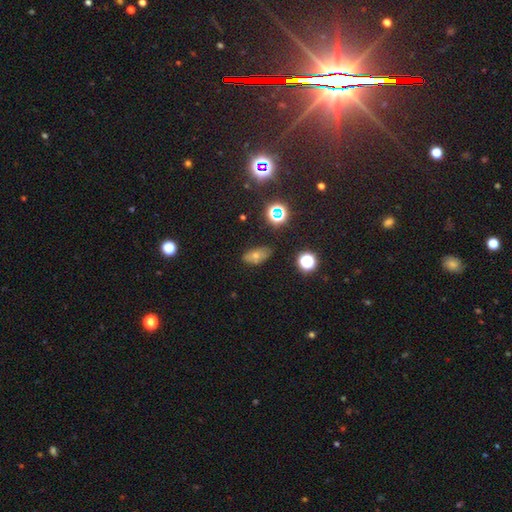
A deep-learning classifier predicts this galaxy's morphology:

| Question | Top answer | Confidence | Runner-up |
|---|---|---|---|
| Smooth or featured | smooth | 60% | star or artifact (22%) |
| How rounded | in between | 86% | round (10%) |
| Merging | none | 70% | minor disturbance (22%) |